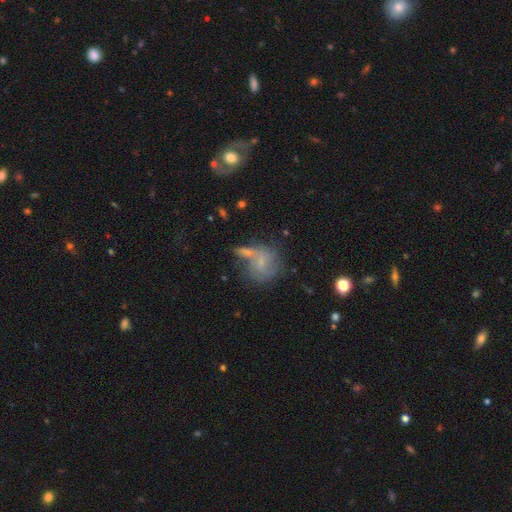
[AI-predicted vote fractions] Smooth or featured: smooth — 43% (featured or disk — 40%)
Merging: none — 41% (merger — 26%)